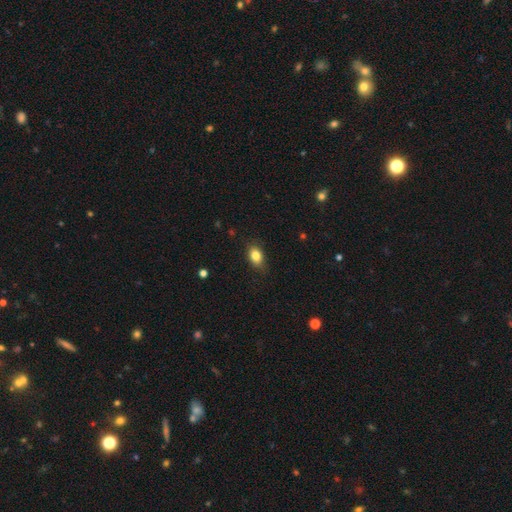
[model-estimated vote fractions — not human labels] smooth 83%, star or artifact 9%, featured or disk 8%. Down the decision tree: how rounded — in between (80%); merging — none (82%).